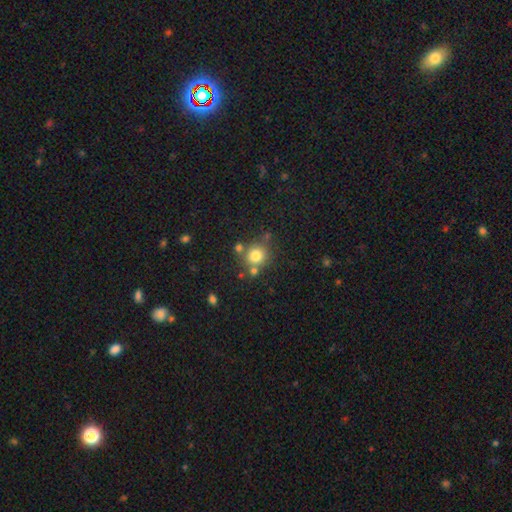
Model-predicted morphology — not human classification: type=smooth (78%); roundness=round (90%); merging=none (71%).